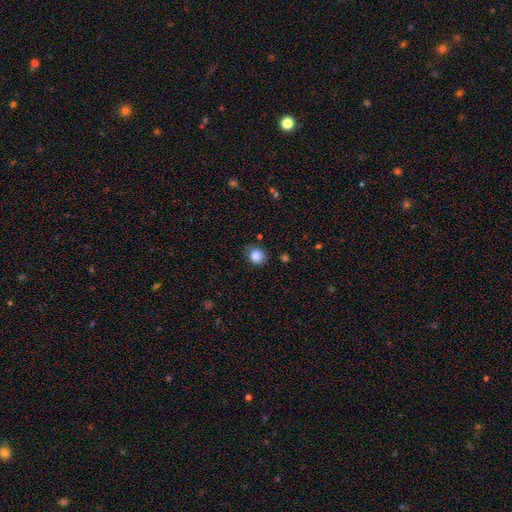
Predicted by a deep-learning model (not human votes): Overall: smooth (84%). How rounded: round (73%). Merging: none (73%).